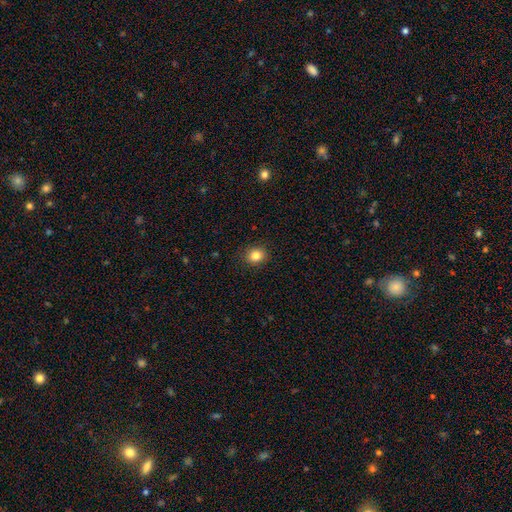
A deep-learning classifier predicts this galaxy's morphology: Smooth or featured?
  - smooth: 84% *
  - star or artifact: 11%
  - featured or disk: 5%
How rounded?
  - round: 73% *
  - in between: 26%
  - cigar-shaped: 1%
Merging?
  - none: 90% *
  - minor disturbance: 7%
  - major disturbance: 2%
  - merger: 1%